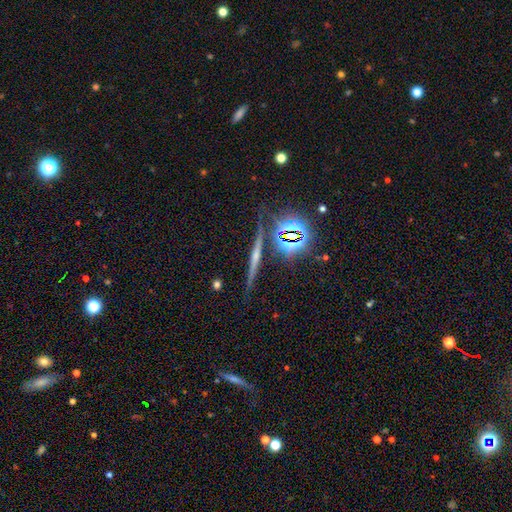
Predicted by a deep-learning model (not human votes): A featured or disk galaxy (53%) viewed edge-on (95%) with a rounded central bulge (59%). Merging: none (85%).